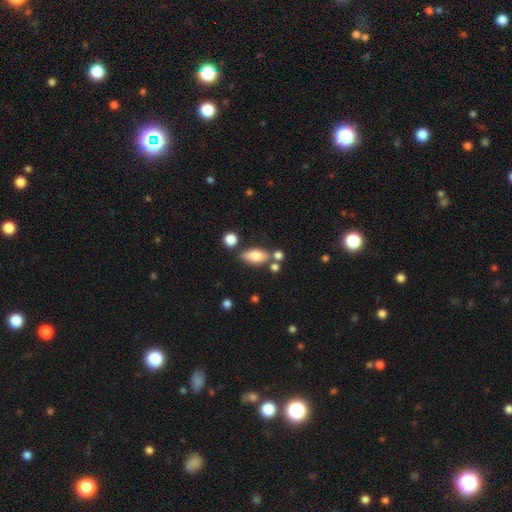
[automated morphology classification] Smooth or featured? smooth (76%)
How rounded? in between (84%)
Merging? none (67%)